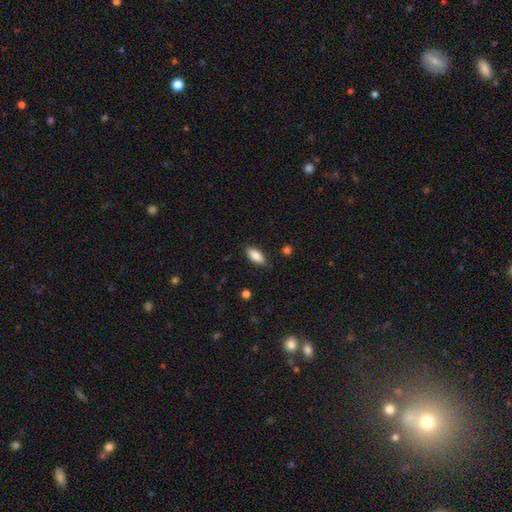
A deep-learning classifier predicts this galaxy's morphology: smooth 85%, featured or disk 8%, star or artifact 7%. Down the decision tree: how rounded — in between (82%); merging — none (85%).